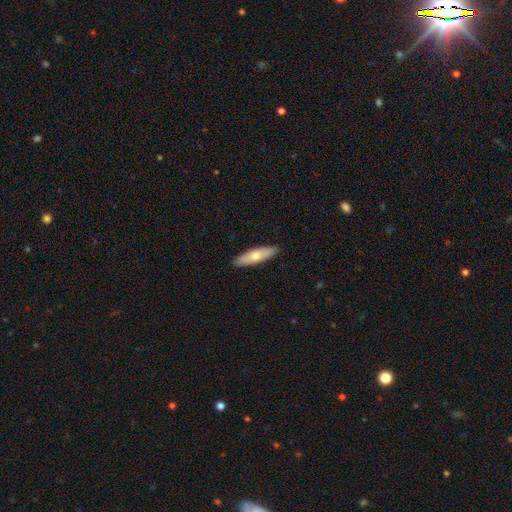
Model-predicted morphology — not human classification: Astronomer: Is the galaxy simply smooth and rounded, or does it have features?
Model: smooth — 61%.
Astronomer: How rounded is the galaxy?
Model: cigar-shaped — 65%.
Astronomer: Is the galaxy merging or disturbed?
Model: none — 91%.